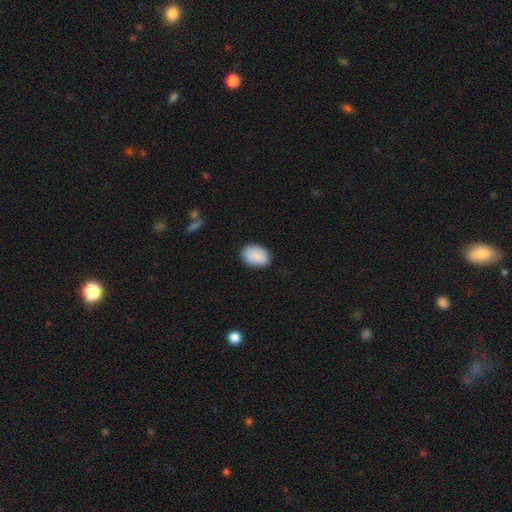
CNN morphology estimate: Smooth or featured?
  - smooth: 89% *
  - star or artifact: 6%
  - featured or disk: 5%
How rounded?
  - in between: 80% *
  - round: 19%
  - cigar-shaped: 1%
Merging?
  - none: 83% *
  - minor disturbance: 13%
  - major disturbance: 2%
  - merger: 1%